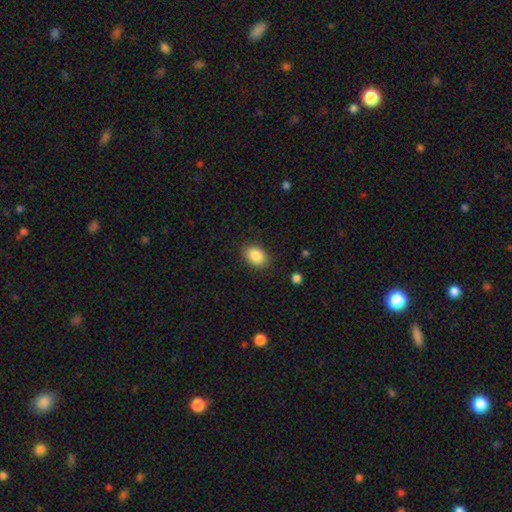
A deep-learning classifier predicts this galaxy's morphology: Overall: smooth (87%). How rounded: in between (82%). Merging: none (85%).